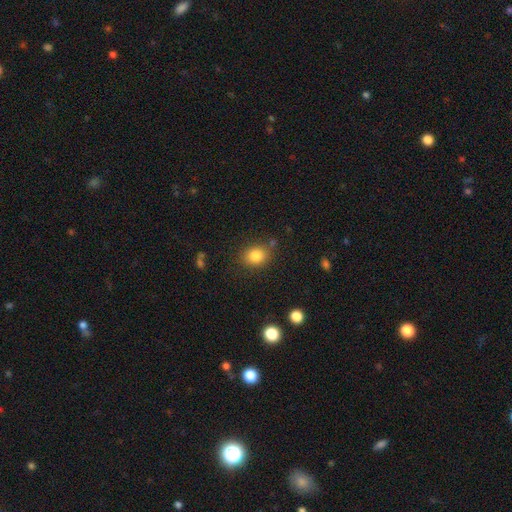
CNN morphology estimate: This appears to be a smooth galaxy with no disk features (83%) that is round (59%). Merging: none (80%).